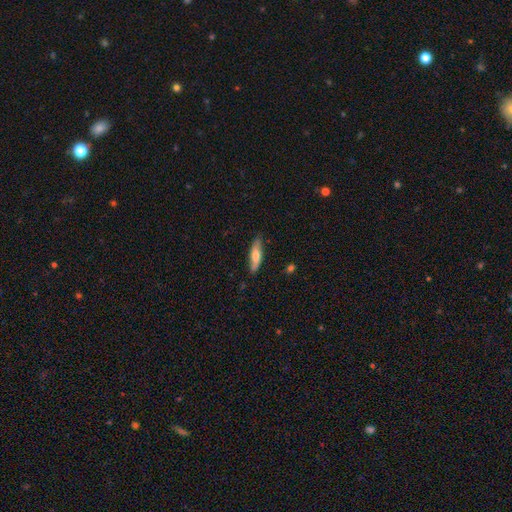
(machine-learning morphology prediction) Smooth or featured? smooth (63%)
How rounded? cigar-shaped (63%)
Merging? none (81%)